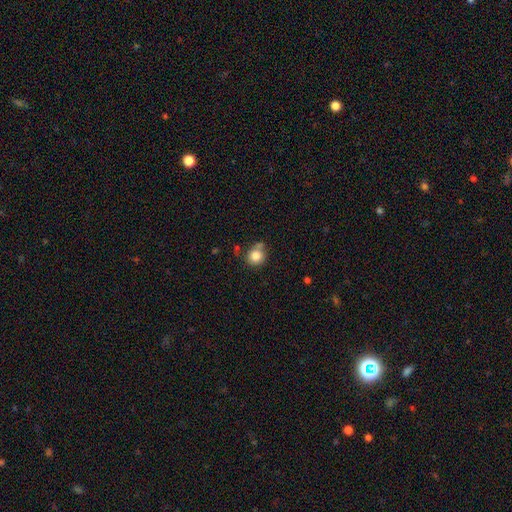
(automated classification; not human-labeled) This appears to be a smooth galaxy with no disk features (83%) that is round (87%). Merging: none (63%).